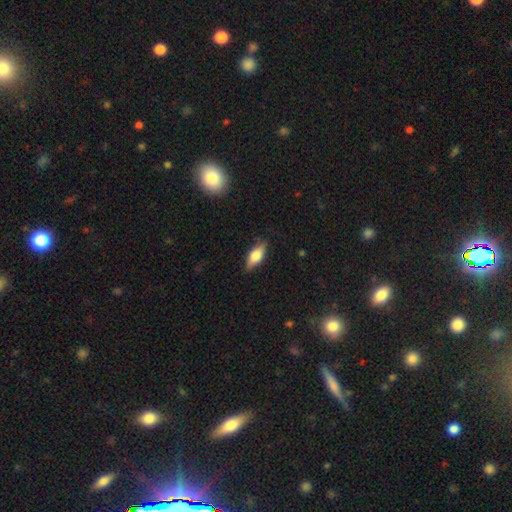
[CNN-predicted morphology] Q: Smooth or featured?
A: smooth (64%); runner-up: featured or disk (29%)
Q: How rounded?
A: in between (74%); runner-up: cigar-shaped (23%)
Q: Merging?
A: none (82%); runner-up: minor disturbance (14%)